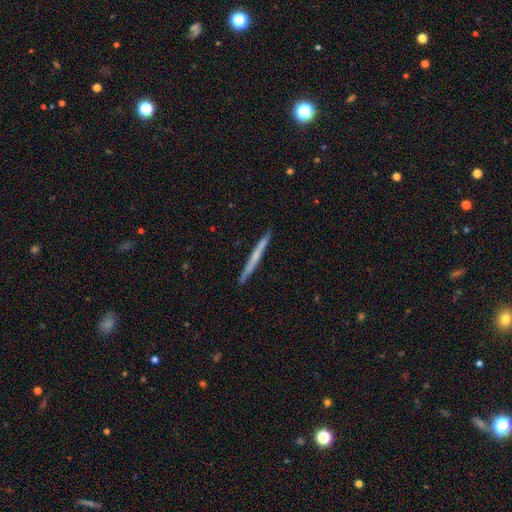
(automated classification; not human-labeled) This is possibly a featured or disk galaxy (48%). Merging: clearly none (91%).